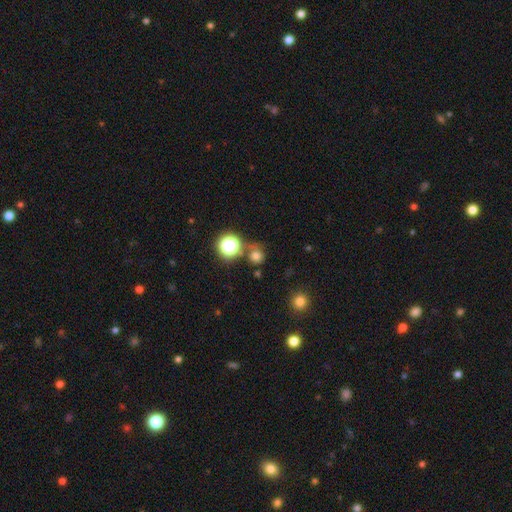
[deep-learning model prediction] smooth_or_featured: smooth (p=0.70) [alt: star or artifact p=0.23]
how_rounded: round (p=0.90) [alt: in between p=0.09]
merging: none (p=0.71) [alt: merger p=0.13]